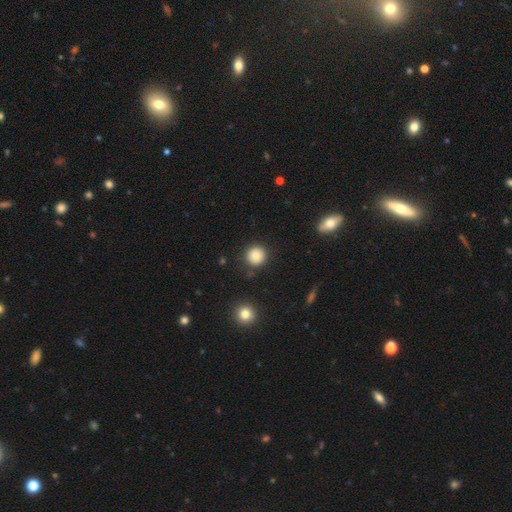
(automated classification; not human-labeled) A smooth galaxy with no disk features (84%) that is round (94%). Merging: none (88%).